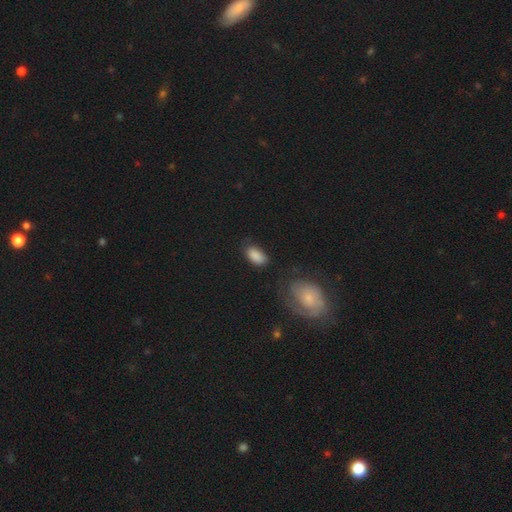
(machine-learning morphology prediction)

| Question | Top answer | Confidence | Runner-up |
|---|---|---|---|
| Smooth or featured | smooth | 86% | star or artifact (7%) |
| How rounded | in between | 93% | round (5%) |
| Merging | none | 74% | minor disturbance (18%) |